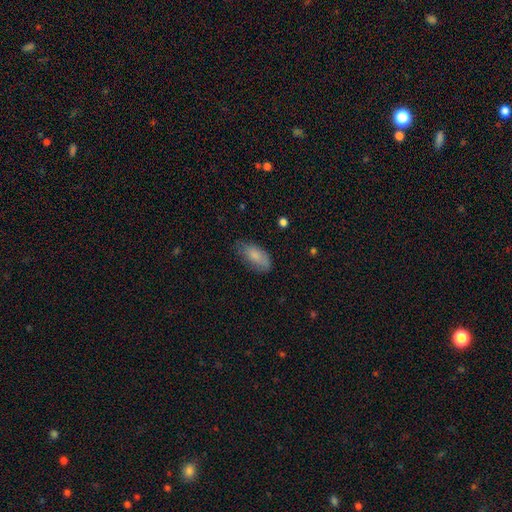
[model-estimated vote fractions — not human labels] Morphology: type=smooth (81%); roundness=in between (90%); merging=none (65%).